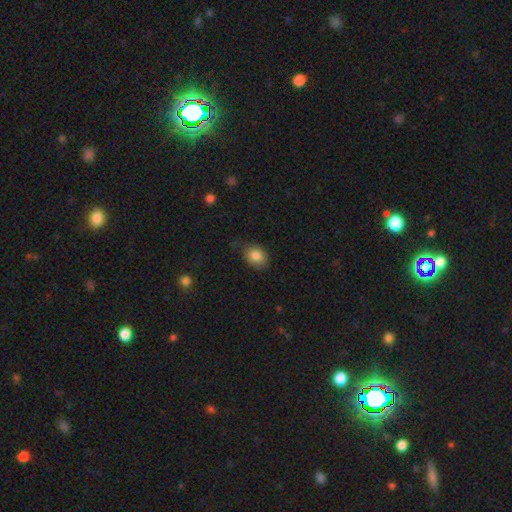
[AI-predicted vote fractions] Overall: smooth (85%). How rounded: in between (59%; round 40%). Merging: none (71%).